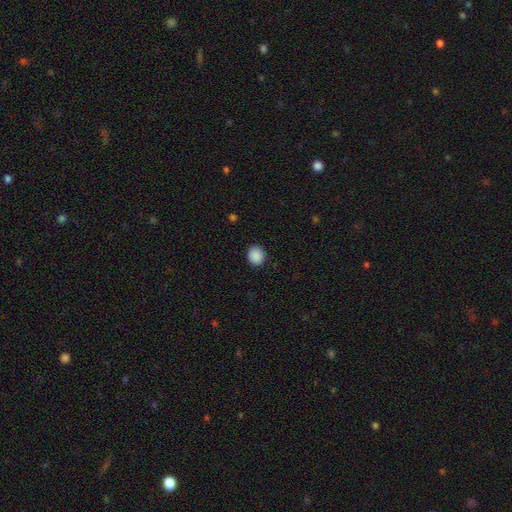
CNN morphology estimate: Overall: smooth (89%). How rounded: round (84%). Merging: none (89%).